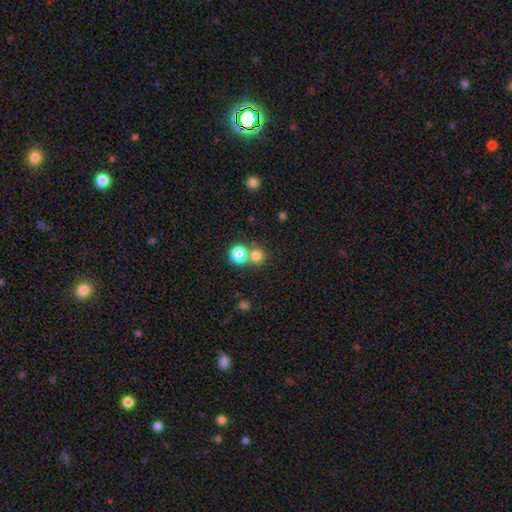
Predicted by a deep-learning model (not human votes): Q: Smooth or featured?
A: smooth (75%); runner-up: star or artifact (17%)
Q: How rounded?
A: round (90%); runner-up: in between (9%)
Q: Merging?
A: none (57%); runner-up: merger (35%)